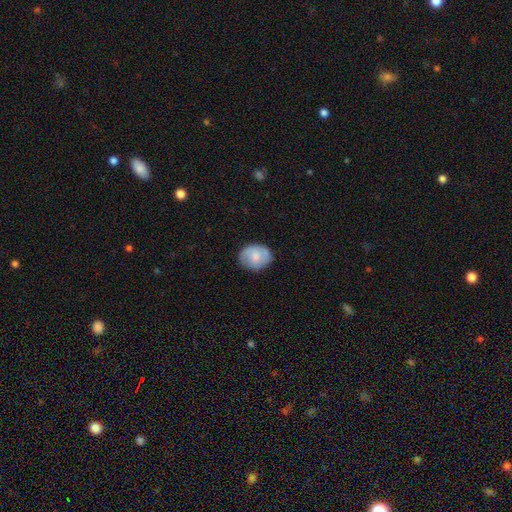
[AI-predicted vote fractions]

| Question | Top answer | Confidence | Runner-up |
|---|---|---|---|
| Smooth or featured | smooth | 68% | featured or disk (25%) |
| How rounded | round | 54% | in between (45%) |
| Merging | none | 77% | minor disturbance (18%) |